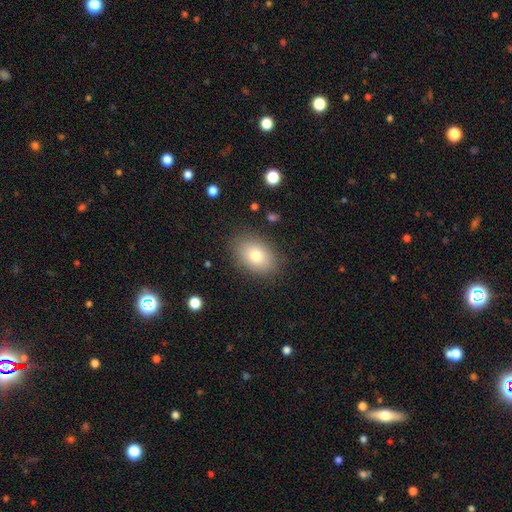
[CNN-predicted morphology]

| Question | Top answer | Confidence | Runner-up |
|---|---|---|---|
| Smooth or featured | smooth | 77% | featured or disk (13%) |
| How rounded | in between | 79% | round (20%) |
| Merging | none | 84% | minor disturbance (11%) |